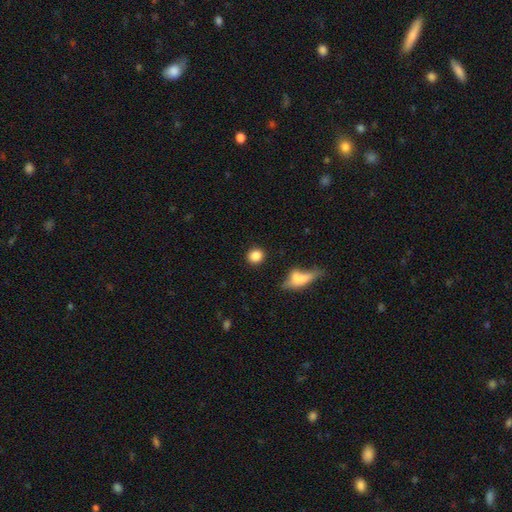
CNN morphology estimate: This appears to be a smooth galaxy with no disk features (85%) that is round (83%). Merging: none (86%).